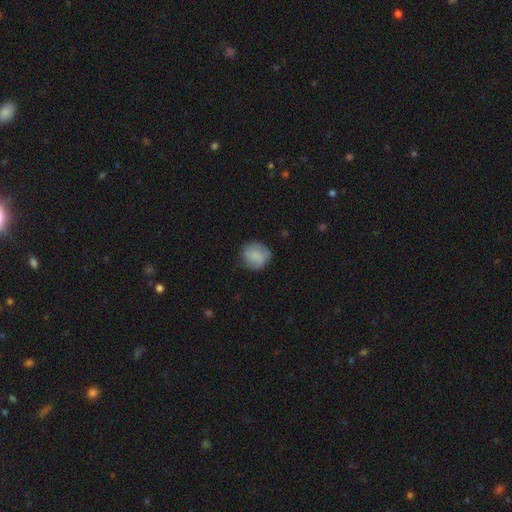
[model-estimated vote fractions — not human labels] smooth 73%, featured or disk 19%, star or artifact 8%. Down the decision tree: how rounded — round (85%); merging — none (73%).